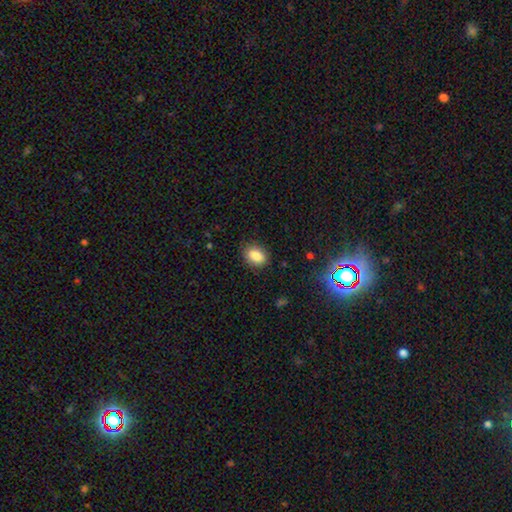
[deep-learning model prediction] A smooth galaxy with no disk features (86%) that is in between round and cigar-shaped (75%). Merging: none (84%).